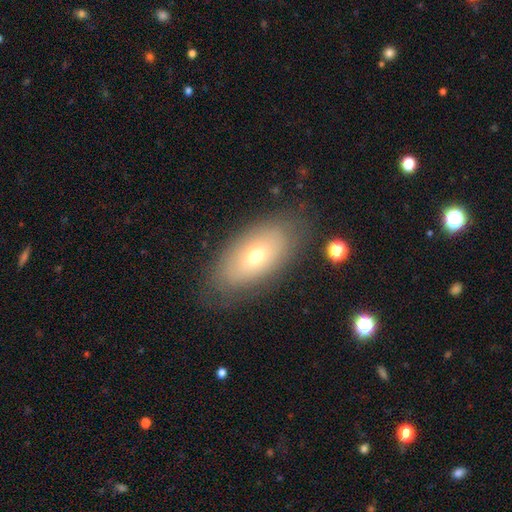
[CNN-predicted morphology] Smooth or featured?
  - smooth: 60% *
  - featured or disk: 30%
  - star or artifact: 10%
How rounded?
  - in between: 89% *
  - round: 6%
  - cigar-shaped: 5%
Merging?
  - none: 77% *
  - minor disturbance: 14%
  - major disturbance: 6%
  - merger: 2%